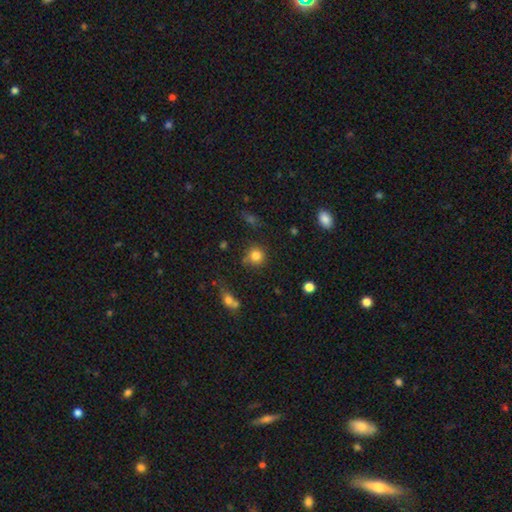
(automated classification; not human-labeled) A smooth galaxy with no disk features (82%) that is round (90%). Merging: none (75%).